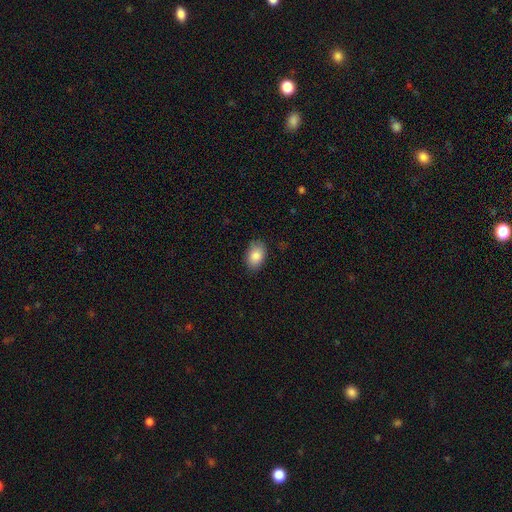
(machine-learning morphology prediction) This is clearly a smooth galaxy (86%). How rounded: clearly in between (88%). Merging: clearly none (84%).